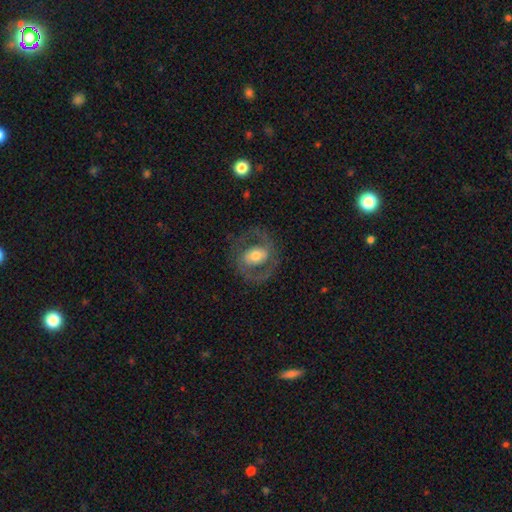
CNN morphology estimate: smooth-or-featured: featured or disk: 63% | smooth: 30% | star or artifact: 6%
  disk-edge-on: no: 95% | yes: 5%
    bar: no: 46% | weak: 35% | strong: 19%
    has-spiral-arms: yes: 58% | no: 42%
    bulge-size: moderate: 62% | large: 22% | small: 13% | dominant: 2% | none: 2%
  merging: none: 73% | minor disturbance: 13% | major disturbance: 12% | merger: 1%